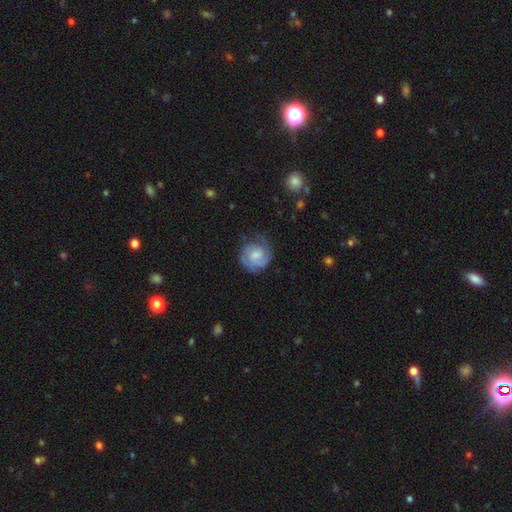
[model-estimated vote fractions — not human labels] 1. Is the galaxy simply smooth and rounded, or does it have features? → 67% featured or disk, 27% smooth, 6% star or artifact.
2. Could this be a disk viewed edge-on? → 98% no, 2% yes.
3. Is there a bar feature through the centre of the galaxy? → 57% no, 38% weak, 5% strong.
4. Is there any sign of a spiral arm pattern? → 92% yes, 8% no.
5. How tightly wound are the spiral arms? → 57% tight, 33% medium, 10% loose.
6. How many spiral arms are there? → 52% 2, 20% can't tell, 12% 3, 11% 1, 3% 4, 2% more than 4.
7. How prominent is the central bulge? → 42% moderate, 31% small, 15% none, 11% large, 2% dominant.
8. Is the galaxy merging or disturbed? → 66% none, 22% minor disturbance, 11% major disturbance, 1% merger.